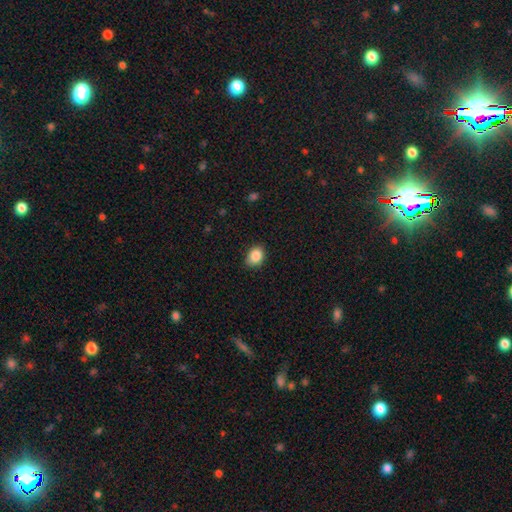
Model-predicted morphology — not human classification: Q: Smooth or featured?
A: smooth (87%); runner-up: star or artifact (9%)
Q: How rounded?
A: in between (61%); runner-up: round (38%)
Q: Merging?
A: none (82%); runner-up: minor disturbance (14%)